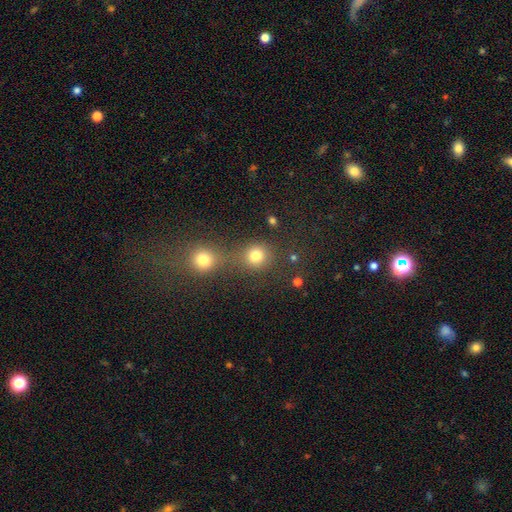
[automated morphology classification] Overall: smooth (79%). How rounded: round (89%). Merging: none (53%; merger 37%).